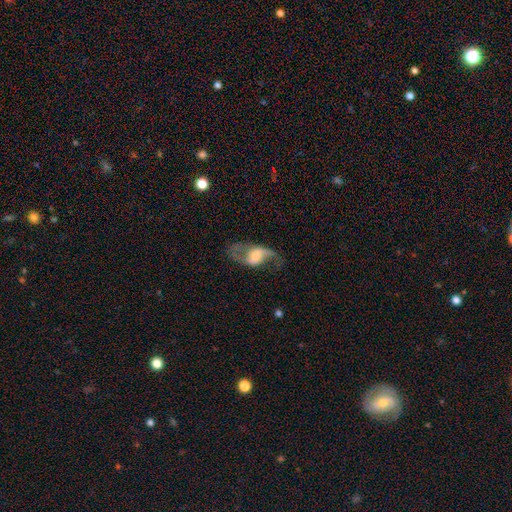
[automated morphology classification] Overall: featured or disk (79%). Edge-on disk: no (95%). Bar: weak (42%; no 38%). Spiral arms: yes (91%). Spiral arm count: 2 (89%). Spiral winding: loose (71%). Bulge size: moderate (42%; small 33%). Merging: none (65%).